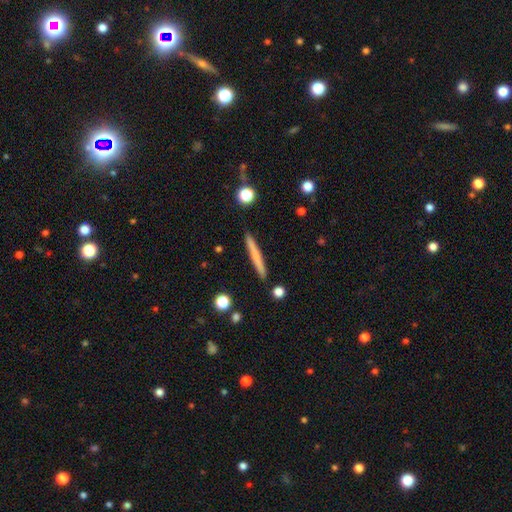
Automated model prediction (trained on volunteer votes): smooth_or_featured: smooth (p=0.64) [alt: featured or disk p=0.30]
how_rounded: cigar-shaped (p=0.96) [alt: in between p=0.03]
merging: none (p=0.91) [alt: minor disturbance p=0.06]